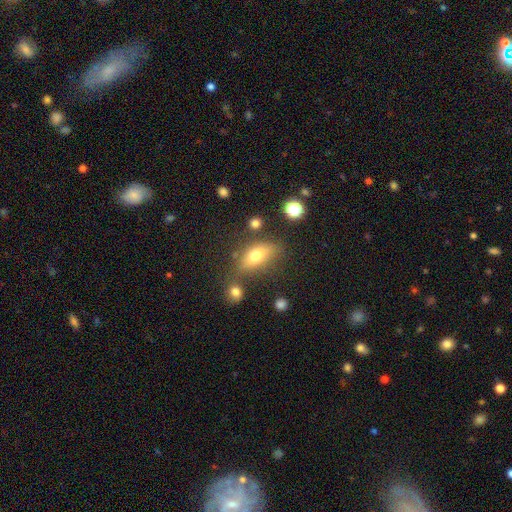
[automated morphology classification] smooth 69%, featured or disk 20%, star or artifact 11%. Down the decision tree: how rounded — in between (78%); merging — none (61%).